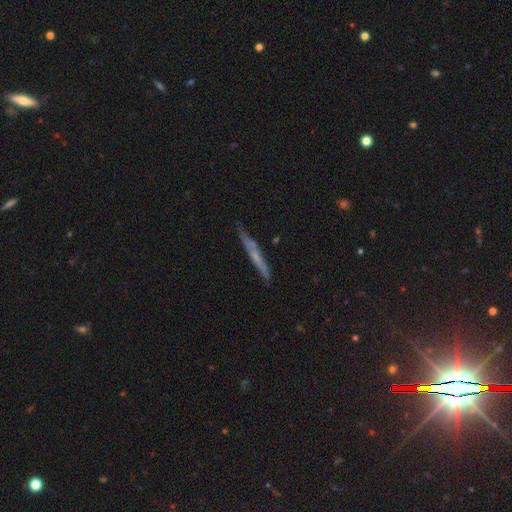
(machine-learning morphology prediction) type=featured or disk (49%); merging=none (78%).